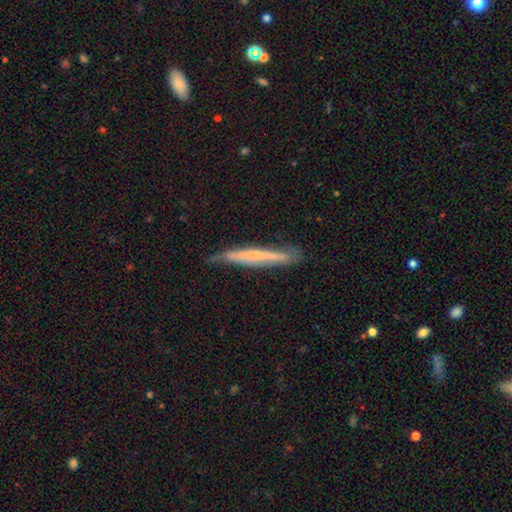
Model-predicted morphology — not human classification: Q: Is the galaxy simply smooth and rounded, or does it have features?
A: featured or disk — 47%.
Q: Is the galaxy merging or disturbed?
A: none — 76%.